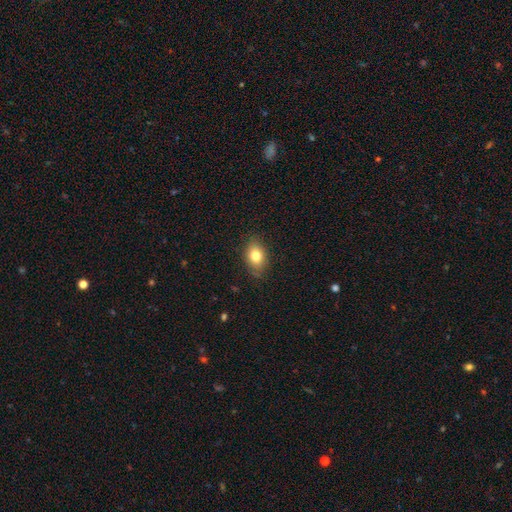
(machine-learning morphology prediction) Smooth or featured? Predicted: smooth (p=0.79). How rounded? Predicted: in between (p=0.77). Merging? Predicted: none (p=0.82).